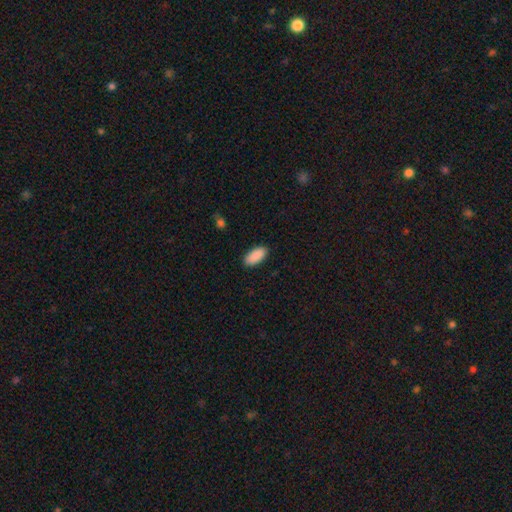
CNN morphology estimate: Smooth or featured?
  - smooth: 91% *
  - star or artifact: 6%
  - featured or disk: 3%
How rounded?
  - in between: 91% *
  - cigar-shaped: 7%
  - round: 2%
Merging?
  - none: 89% *
  - minor disturbance: 8%
  - major disturbance: 2%
  - merger: 1%